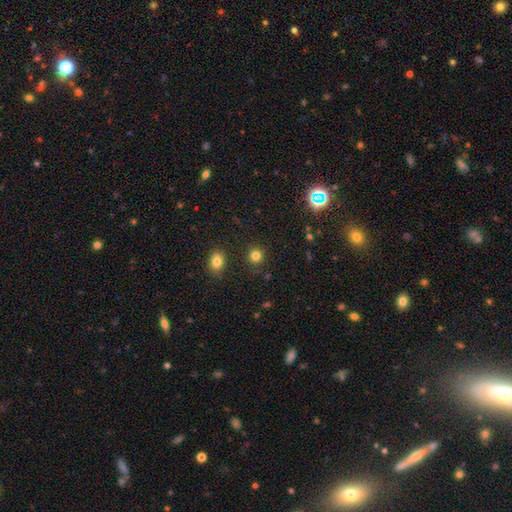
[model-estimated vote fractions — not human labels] This is clearly a smooth galaxy (81%). How rounded: clearly round (91%). Merging: clearly none (89%).